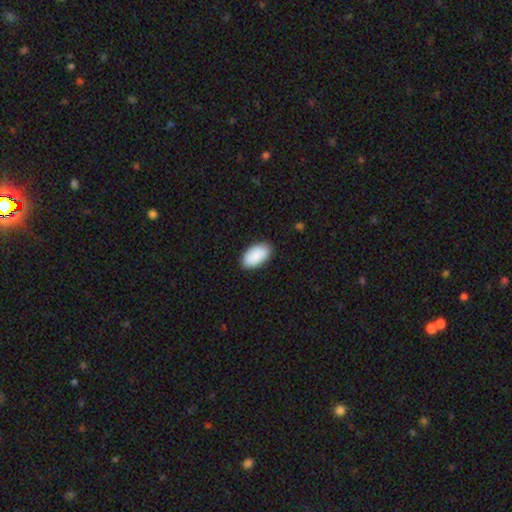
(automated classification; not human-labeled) Smooth or featured? Predicted: smooth (p=0.90). How rounded? Predicted: in between (p=0.95). Merging? Predicted: none (p=0.87).